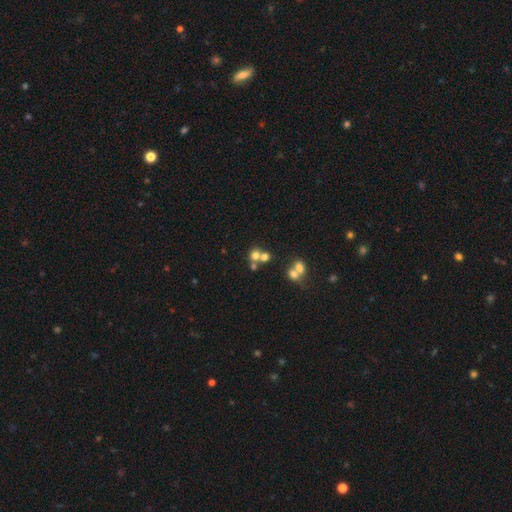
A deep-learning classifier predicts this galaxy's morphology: This is likely a smooth galaxy (64%). How rounded: clearly round (82%). Merging: possibly merger (47%).